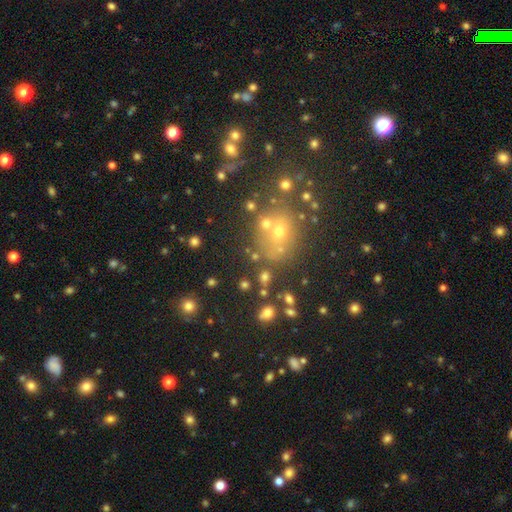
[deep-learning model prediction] A smooth galaxy with no disk features (49%).

Vote fractions:
- Smooth or featured? smooth: 49% / star or artifact: 34% / featured or disk: 17%
- Merging? none: 59% / merger: 20% / minor disturbance: 13% / major disturbance: 8%